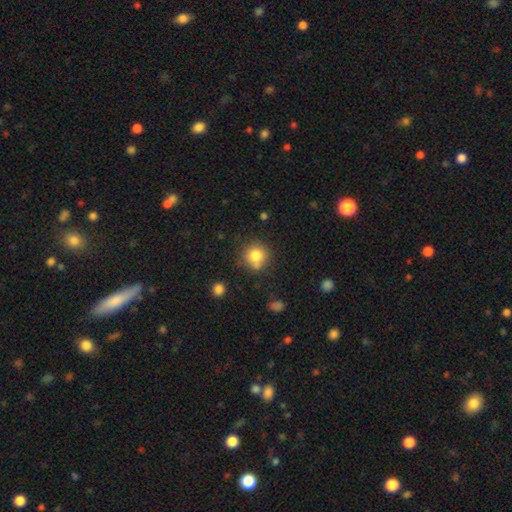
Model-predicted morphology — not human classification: A smooth galaxy with no disk features (79%) that is round (90%). Merging: none (72%).